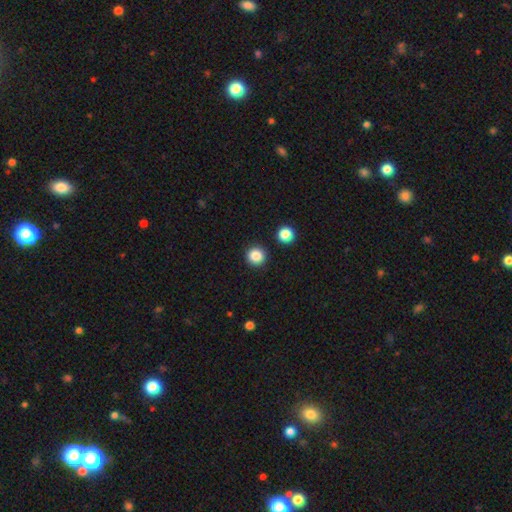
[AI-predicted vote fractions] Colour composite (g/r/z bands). It shows a smooth galaxy with no disk features (86%) that is round (94%). Merging: none (92%).